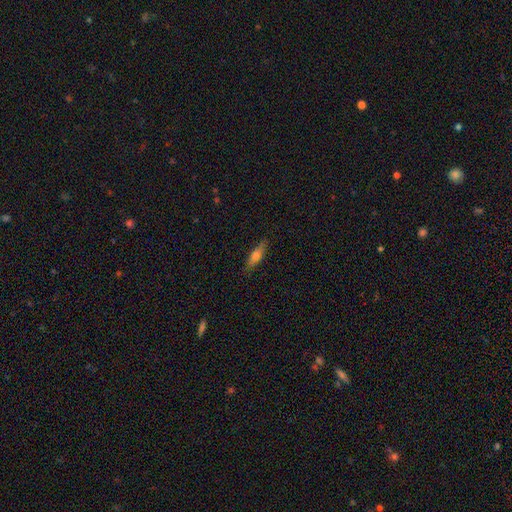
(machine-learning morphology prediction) type=smooth (59%); roundness=cigar-shaped (63%); merging=none (85%).